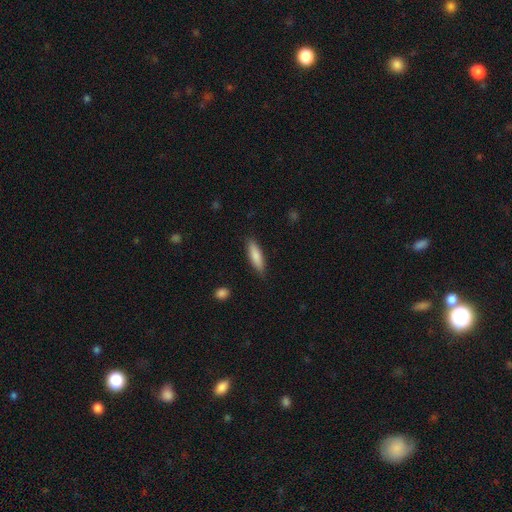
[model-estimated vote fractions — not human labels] Q: Smooth or featured?
A: smooth (83%); runner-up: featured or disk (11%)
Q: How rounded?
A: cigar-shaped (64%); runner-up: in between (35%)
Q: Merging?
A: none (87%); runner-up: minor disturbance (10%)